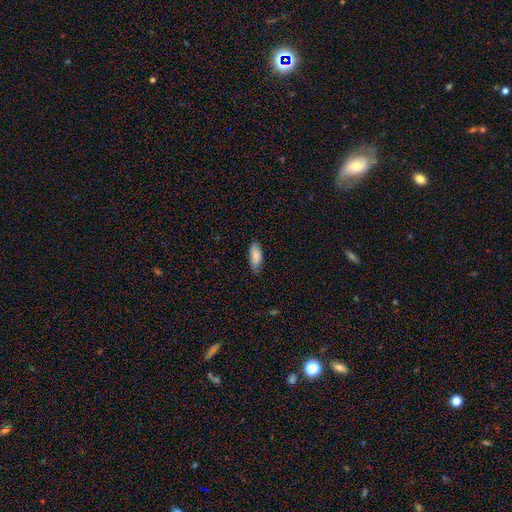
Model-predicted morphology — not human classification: The model was most divided on "merging": none: 74%, minor disturbance: 22%, major disturbance: 3%, merger: 1%. More confident: smooth or featured — smooth (84%); how rounded — in between (84%).